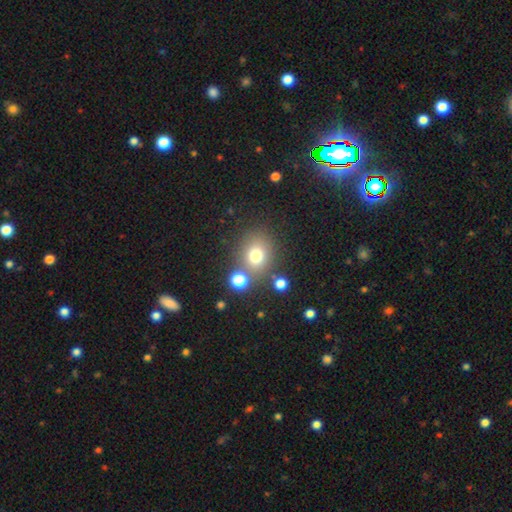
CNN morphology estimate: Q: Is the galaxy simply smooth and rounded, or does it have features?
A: smooth — 73%.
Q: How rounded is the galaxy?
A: round — 72%.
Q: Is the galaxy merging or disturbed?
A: none — 73%.